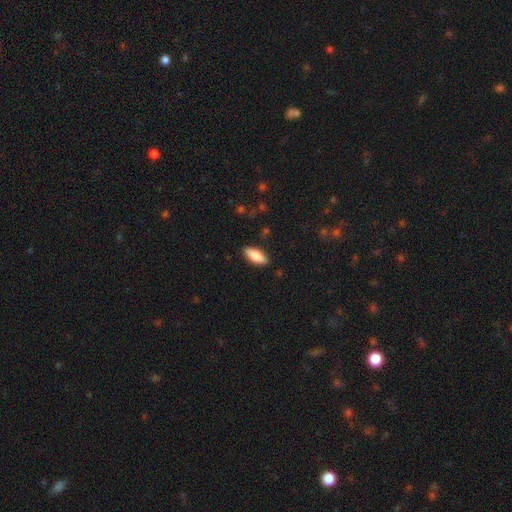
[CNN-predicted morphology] The model was most divided on "how rounded": in between: 76%, cigar-shaped: 22%, round: 2%. More confident: merging — none (86%); smooth or featured — smooth (82%).